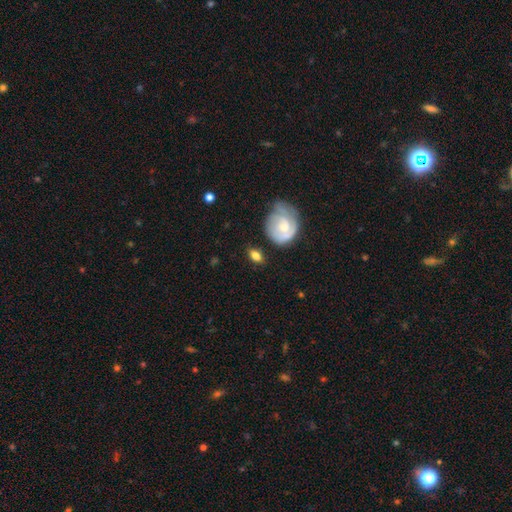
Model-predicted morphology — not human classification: The model was most divided on "smooth or featured": smooth: 70%, featured or disk: 23%, star or artifact: 7%. More confident: how rounded — in between (75%); merging — none (68%).